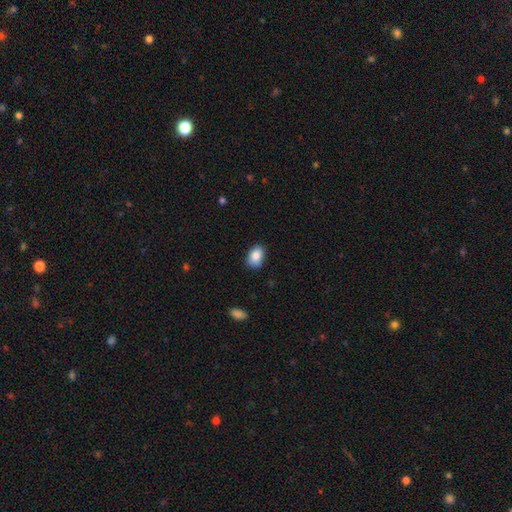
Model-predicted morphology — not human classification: type=smooth (86%); roundness=in between (84%); merging=none (83%).